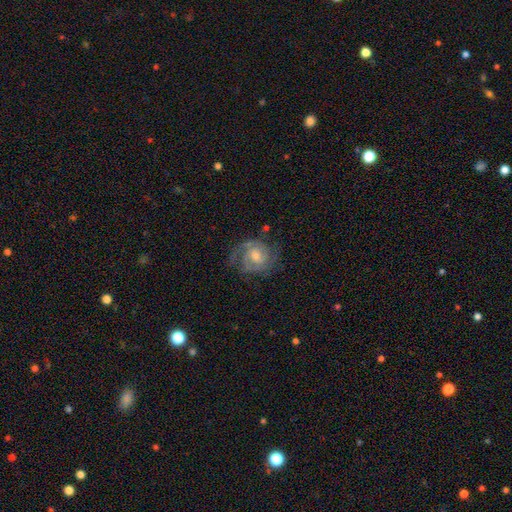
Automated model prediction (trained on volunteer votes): Q: Smooth or featured?
A: featured or disk (87%); runner-up: smooth (7%)
Q: Edge-on disk?
A: no (98%); runner-up: yes (2%)
Q: Bar?
A: no (55%); runner-up: weak (38%)
Q: Spiral arms?
A: yes (98%); runner-up: no (2%)
Q: Spiral winding?
A: tight (60%); runner-up: medium (34%)
Q: Spiral arm count?
A: 2 (61%); runner-up: 3 (19%)
Q: Bulge size?
A: moderate (54%); runner-up: small (39%)
Q: Merging?
A: none (75%); runner-up: minor disturbance (16%)